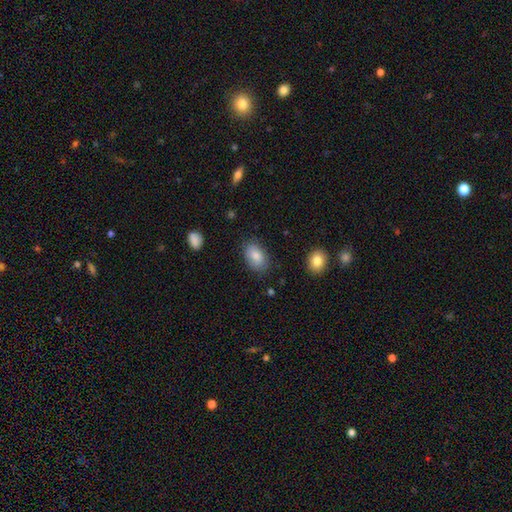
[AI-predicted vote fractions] Q: Smooth or featured?
A: smooth (84%); runner-up: featured or disk (9%)
Q: How rounded?
A: in between (90%); runner-up: round (9%)
Q: Merging?
A: none (79%); runner-up: minor disturbance (16%)